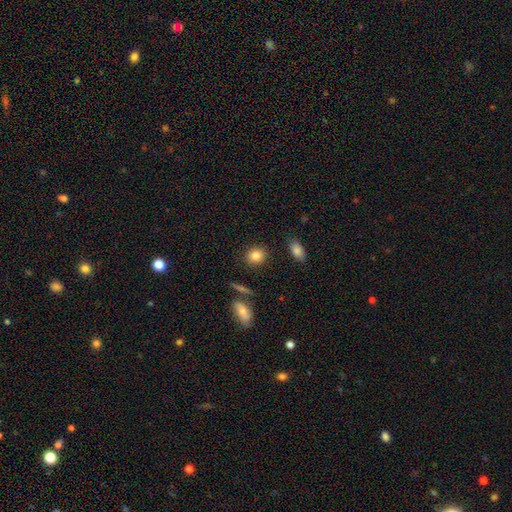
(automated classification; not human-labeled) smooth_or_featured: smooth (p=0.84) [alt: star or artifact p=0.09]
how_rounded: round (p=0.71) [alt: in between p=0.28]
merging: none (p=0.87) [alt: minor disturbance p=0.08]